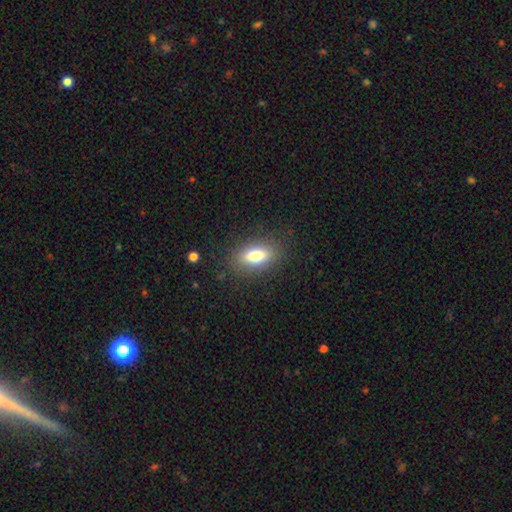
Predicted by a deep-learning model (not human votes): A smooth galaxy with no disk features (75%) that is in between round and cigar-shaped (82%).

Vote fractions:
- Smooth or featured? smooth: 75% / featured or disk: 16% / star or artifact: 9%
- How rounded? in between: 82% / cigar-shaped: 11% / round: 7%
- Merging? none: 85% / minor disturbance: 10% / major disturbance: 4% / merger: 1%